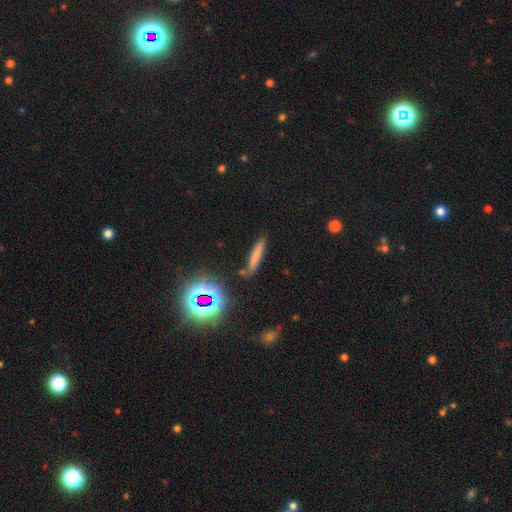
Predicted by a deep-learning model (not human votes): The model was most divided on "smooth or featured": smooth: 68%, featured or disk: 16%, star or artifact: 16%. More confident: how rounded — cigar-shaped (89%); merging — none (80%).